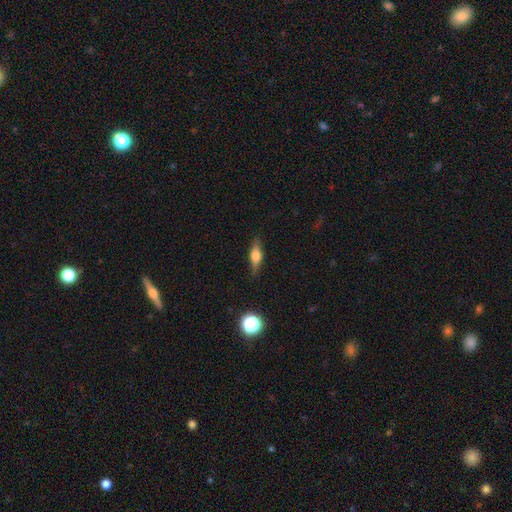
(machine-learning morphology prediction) Smooth or featured?
  - smooth: 47% *
  - featured or disk: 44%
  - star or artifact: 8%
Merging?
  - none: 84% *
  - minor disturbance: 12%
  - major disturbance: 3%
  - merger: 1%